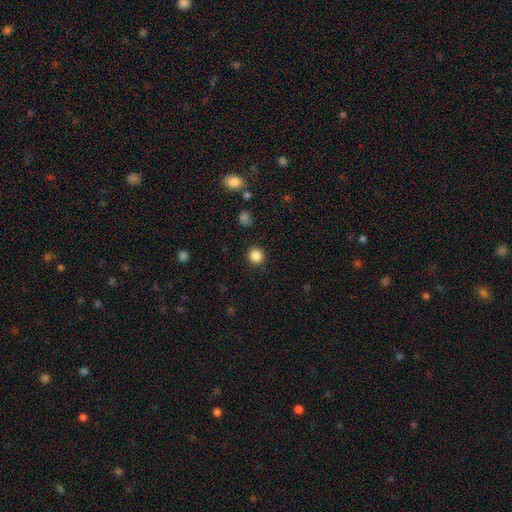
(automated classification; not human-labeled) Smooth or featured: smooth — 86% (star or artifact — 11%)
How rounded: round — 93% (in between — 7%)
Merging: none — 91% (minor disturbance — 6%)